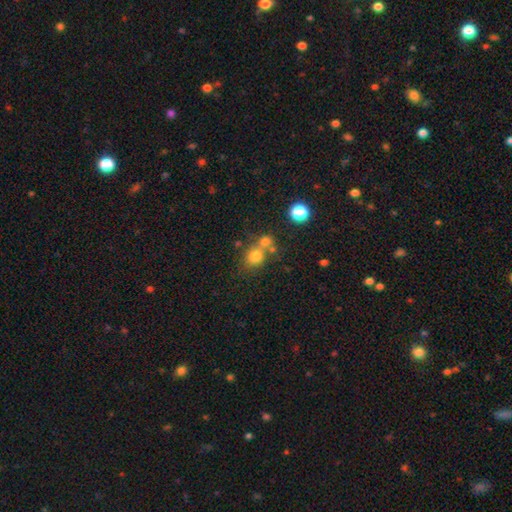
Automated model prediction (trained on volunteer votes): Smooth or featured? smooth (75%)
How rounded? round (74%)
Merging? none (46%)